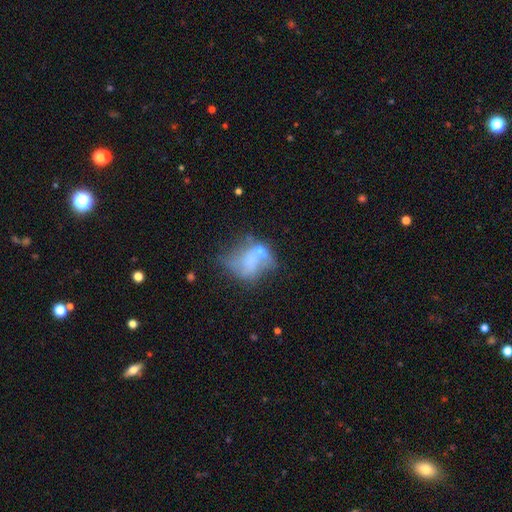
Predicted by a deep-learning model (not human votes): featured or disk 48%, smooth 41%, star or artifact 12%. Down the decision tree: merging — merger (34%).